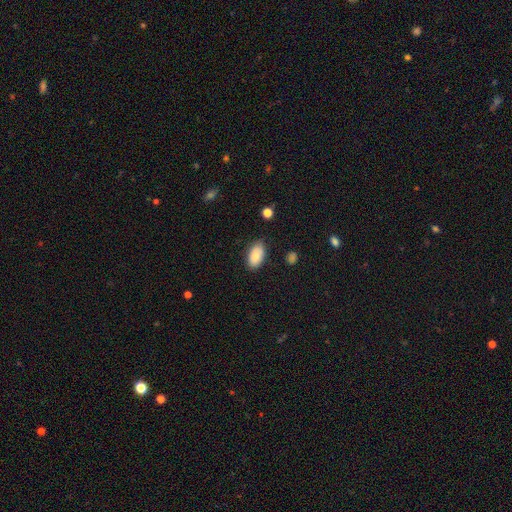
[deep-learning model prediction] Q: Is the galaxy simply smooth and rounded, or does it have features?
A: smooth — 78%.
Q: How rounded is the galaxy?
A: in between — 94%.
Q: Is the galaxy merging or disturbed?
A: none — 78%.